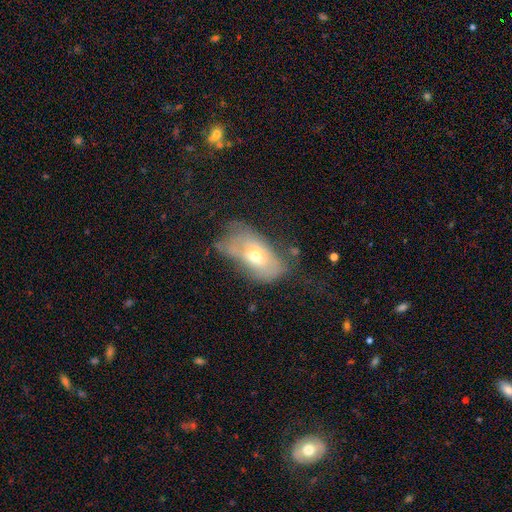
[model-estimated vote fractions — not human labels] A smooth galaxy with no disk features (52%) that is in between round and cigar-shaped (89%).

Vote fractions:
- Smooth or featured? smooth: 52% / featured or disk: 39% / star or artifact: 9%
- How rounded? in between: 89% / round: 7% / cigar-shaped: 4%
- Merging? major disturbance: 33% / minor disturbance: 32% / none: 28% / merger: 7%